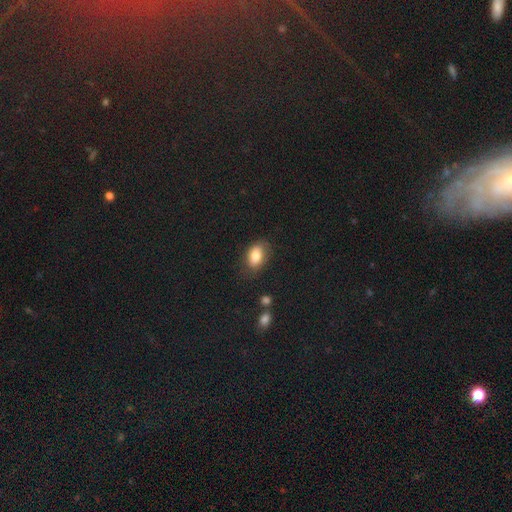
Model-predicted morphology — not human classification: A smooth galaxy with no disk features (82%) that is in between round and cigar-shaped (86%). Merging: none (77%).